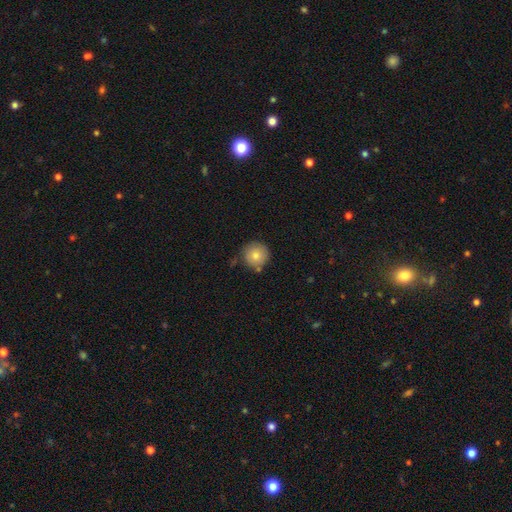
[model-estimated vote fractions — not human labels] Overall: smooth (81%). How rounded: round (95%). Merging: none (79%).